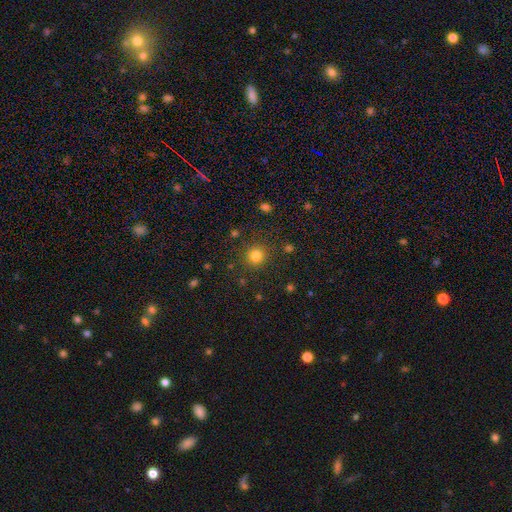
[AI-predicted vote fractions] Morphology: type=smooth (81%); roundness=round (93%); merging=none (88%).